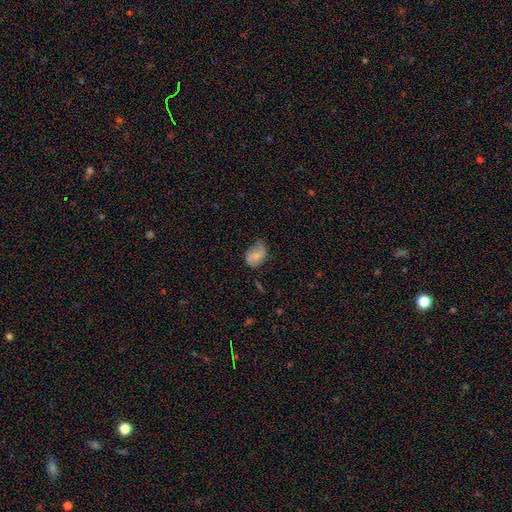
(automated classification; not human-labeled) Overall: smooth (71%). How rounded: in between (81%). Merging: none (47%; minor disturbance 40%).